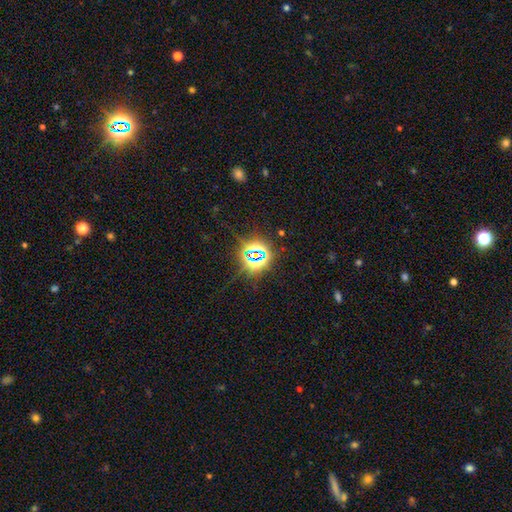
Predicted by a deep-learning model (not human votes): smooth_or_featured: star or artifact (p=0.79) [alt: smooth p=0.12]